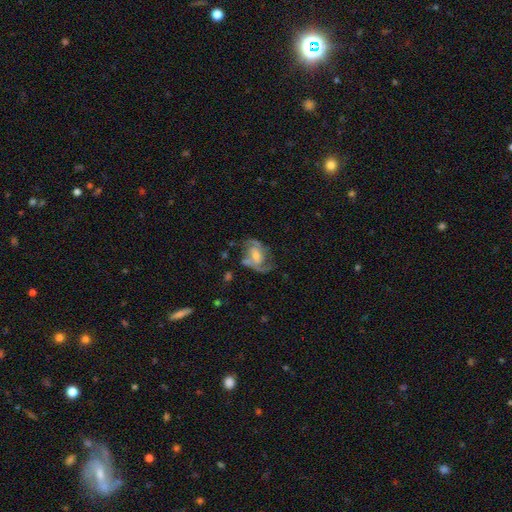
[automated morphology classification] featured or disk 81%, smooth 13%, star or artifact 6%. Down the decision tree: edge-on disk — no (97%); bar — no (45%); spiral arms — yes (92%); spiral arm count — 2 (81%); spiral winding — medium (52%); bulge size — moderate (47%); merging — none (57%).